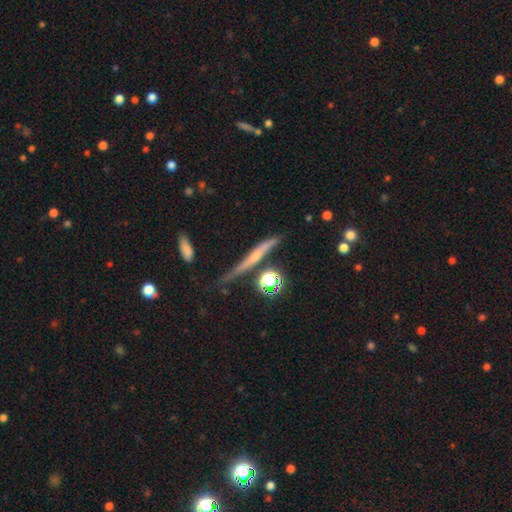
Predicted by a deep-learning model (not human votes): Overall: featured or disk (60%; smooth 28%). Edge-on disk: yes (92%). Edge-on bulge: rounded (53%; none 39%). Merging: none (71%).